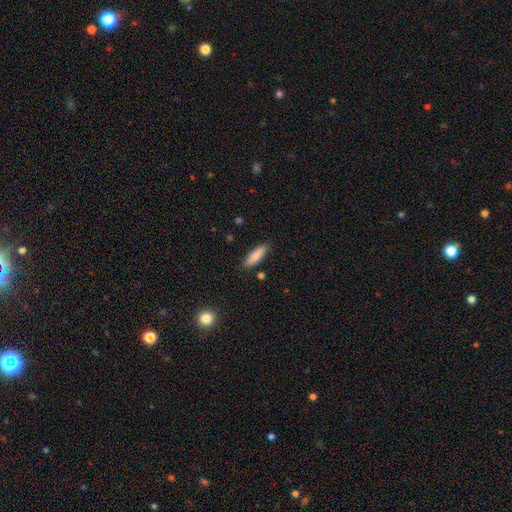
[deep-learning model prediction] This appears to be a smooth galaxy with no disk features (84%) that is cigar-shaped (53%). Merging: none (85%).